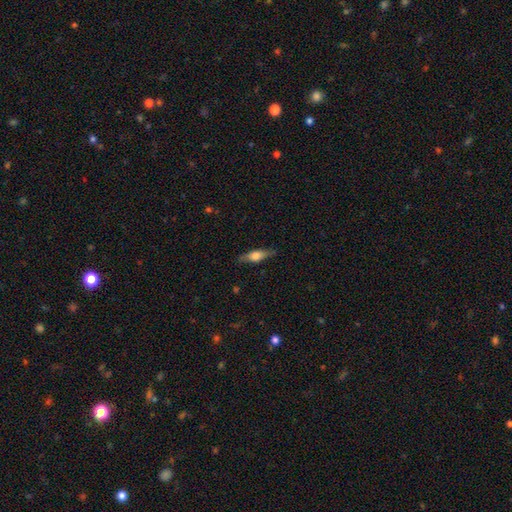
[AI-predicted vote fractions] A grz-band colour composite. It shows a smooth galaxy with no disk features (49%). Merging: none (83%).